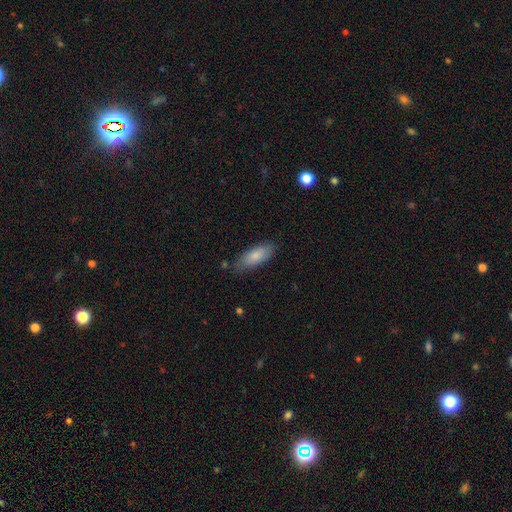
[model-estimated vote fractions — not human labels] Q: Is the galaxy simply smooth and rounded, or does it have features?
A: smooth — 82%.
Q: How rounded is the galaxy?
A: in between — 74%.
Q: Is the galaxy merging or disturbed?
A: none — 78%.